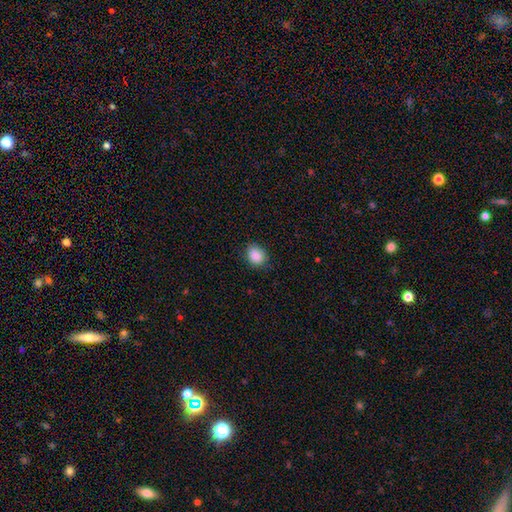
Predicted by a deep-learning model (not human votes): A smooth galaxy with no disk features (88%) that is in between round and cigar-shaped (52%).

Vote fractions:
- Smooth or featured? smooth: 88% / star or artifact: 8% / featured or disk: 4%
- How rounded? in between: 52% / round: 47% / cigar-shaped: 1%
- Merging? none: 81% / minor disturbance: 15% / major disturbance: 3% / merger: 1%